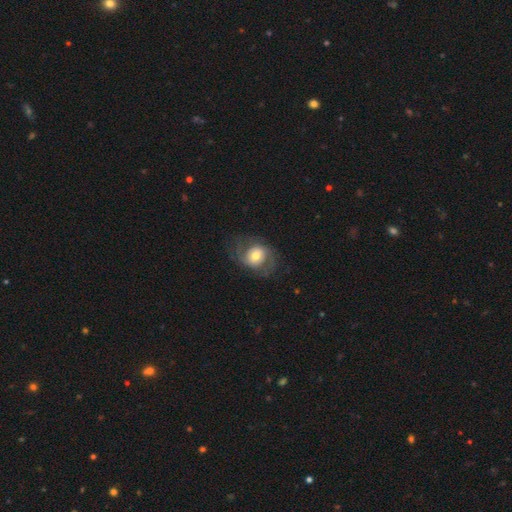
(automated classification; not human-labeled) Overall: featured or disk (55%; smooth 37%). Edge-on disk: no (97%). Bar: no (68%). Spiral arms: yes (75%). Bulge size: moderate (64%). Merging: none (59%; major disturbance 21%).